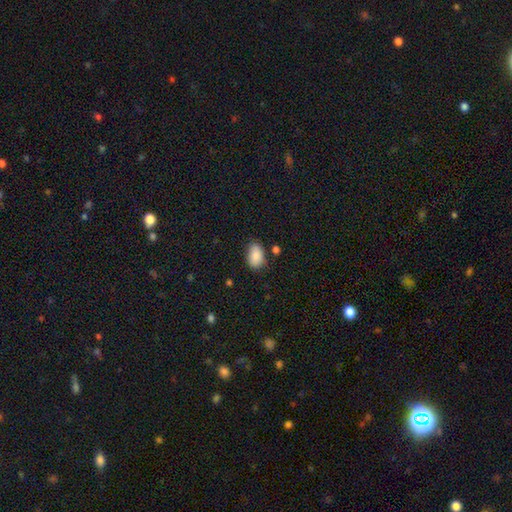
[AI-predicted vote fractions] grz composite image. It shows a smooth galaxy with no disk features (87%) that is in between round and cigar-shaped (88%). Merging: none (77%).